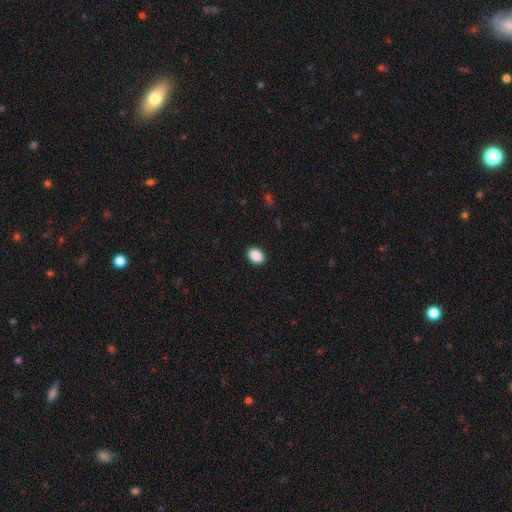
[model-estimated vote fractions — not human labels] This is clearly a smooth galaxy (90%). How rounded: likely in between (78%). Merging: clearly none (90%).